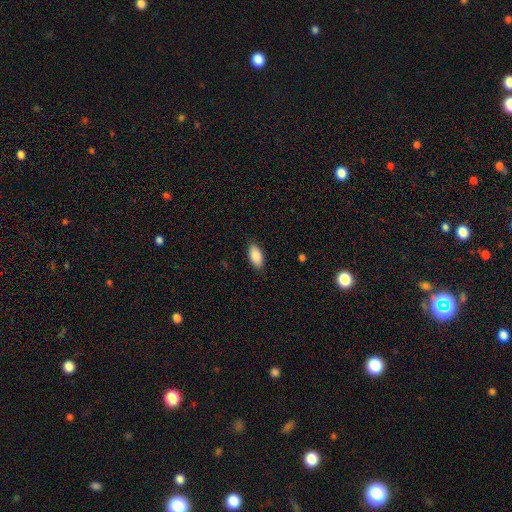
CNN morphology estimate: This is clearly a smooth galaxy (89%). How rounded: clearly in between (94%). Merging: clearly none (87%).